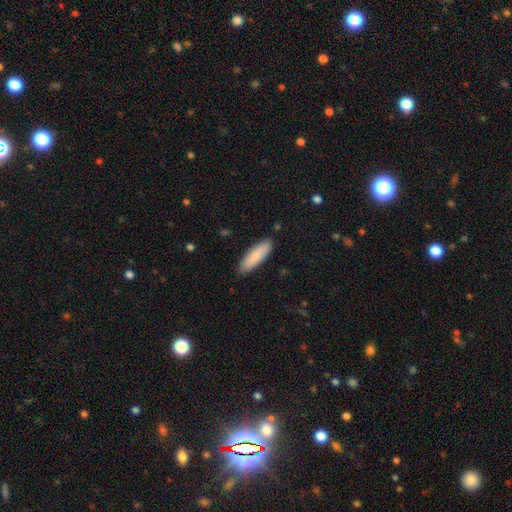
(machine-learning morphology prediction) A smooth galaxy with no disk features (86%) that is cigar-shaped (58%).

Vote fractions:
- Smooth or featured? smooth: 86% / featured or disk: 9% / star or artifact: 5%
- How rounded? cigar-shaped: 58% / in between: 40% / round: 1%
- Merging? none: 88% / minor disturbance: 9% / major disturbance: 2% / merger: 1%